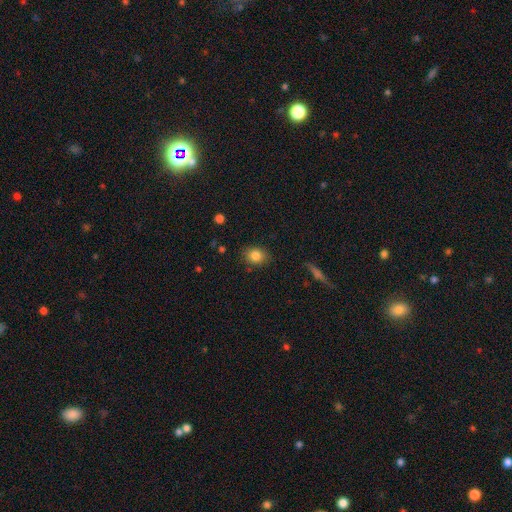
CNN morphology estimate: smooth 83%, star or artifact 10%, featured or disk 7%. Down the decision tree: how rounded — round (53%); merging — none (84%).